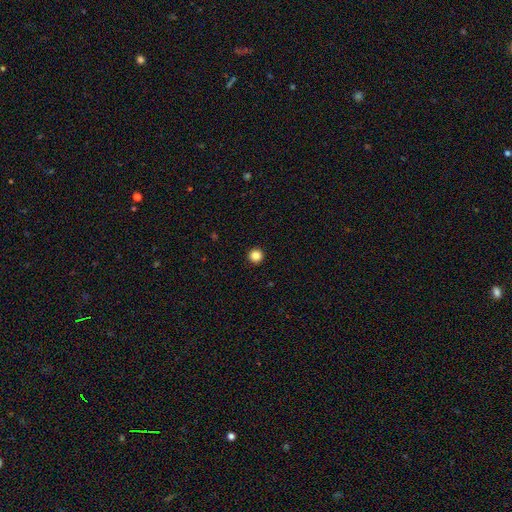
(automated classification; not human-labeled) A smooth galaxy with no disk features (86%) that is round (96%).

Vote fractions:
- Smooth or featured? smooth: 86% / star or artifact: 11% / featured or disk: 3%
- How rounded? round: 96% / in between: 3% / cigar-shaped: 1%
- Merging? none: 94% / minor disturbance: 4% / major disturbance: 1% / merger: 1%